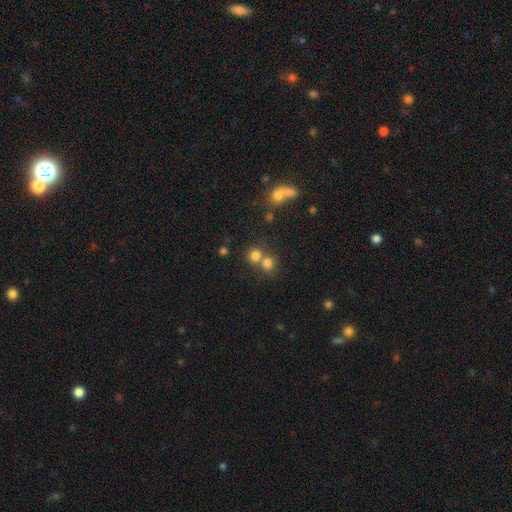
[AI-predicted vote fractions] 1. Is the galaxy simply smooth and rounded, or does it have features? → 74% smooth, 17% star or artifact, 9% featured or disk.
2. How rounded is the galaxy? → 87% round, 12% in between, 1% cigar-shaped.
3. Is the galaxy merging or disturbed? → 50% none, 41% merger, 6% minor disturbance, 3% major disturbance.